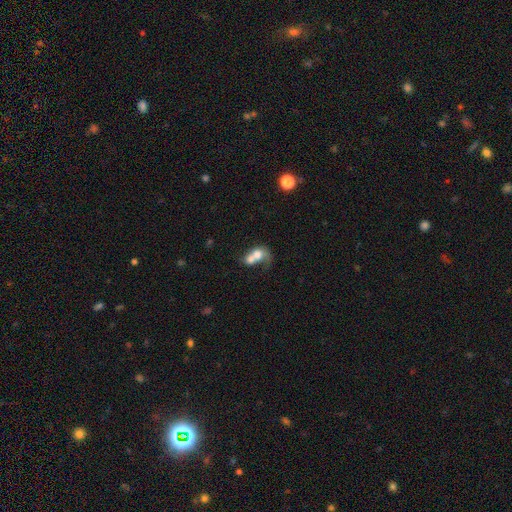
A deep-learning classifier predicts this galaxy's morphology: Smooth or featured: smooth — 62% (featured or disk — 29%)
How rounded: in between — 58% (round — 41%)
Merging: merger — 74% (none — 11%)